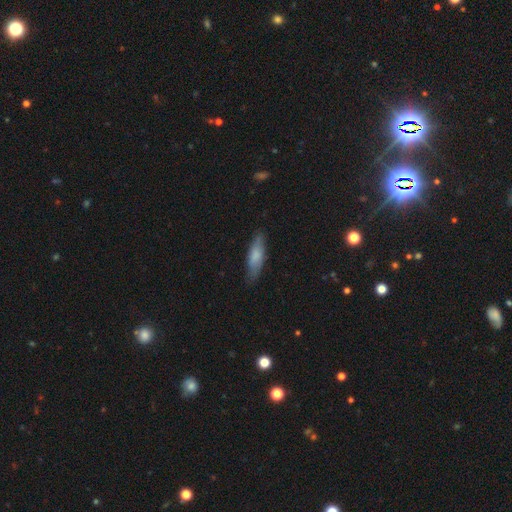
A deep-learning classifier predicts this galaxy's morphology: Smooth or featured?
  - smooth: 74% *
  - featured or disk: 21%
  - star or artifact: 6%
How rounded?
  - cigar-shaped: 59% *
  - in between: 40%
  - round: 2%
Merging?
  - none: 80% *
  - minor disturbance: 16%
  - major disturbance: 3%
  - merger: 1%